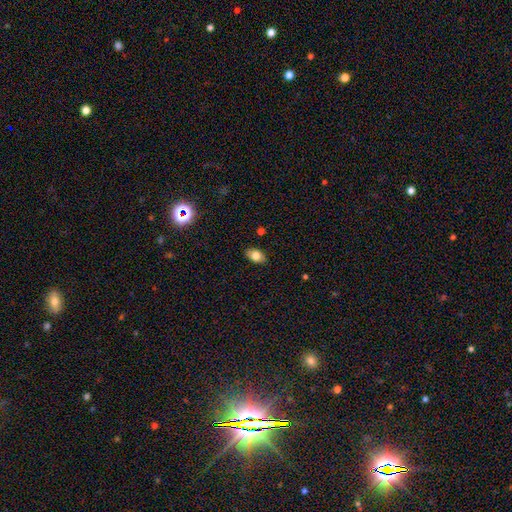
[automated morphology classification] Q: Smooth or featured?
A: smooth (80%); runner-up: featured or disk (11%)
Q: How rounded?
A: in between (88%); runner-up: round (10%)
Q: Merging?
A: none (86%); runner-up: minor disturbance (11%)